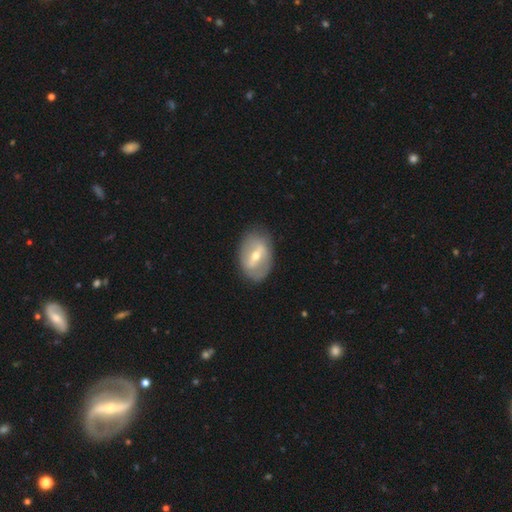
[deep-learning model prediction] smooth_or_featured: featured or disk (p=0.64) [alt: smooth p=0.29]
disk_edge_on: no (p=0.89) [alt: yes p=0.11]
bar: strong (p=0.57) [alt: weak p=0.32]
has_spiral_arms: no (p=0.66) [alt: yes p=0.34]
bulge_size: moderate (p=0.55) [alt: small p=0.41]
merging: none (p=0.81) [alt: minor disturbance p=0.14]